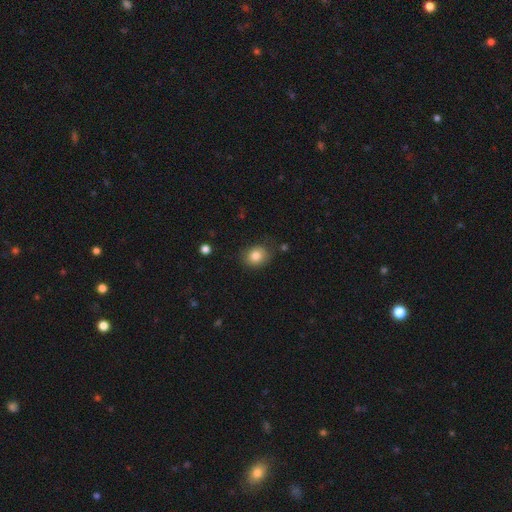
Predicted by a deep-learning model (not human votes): Smooth or featured: smooth — 83% (star or artifact — 10%)
How rounded: round — 60% (in between — 39%)
Merging: none — 79% (minor disturbance — 15%)